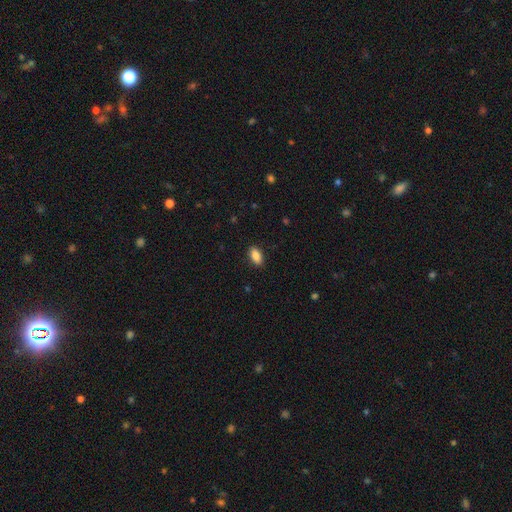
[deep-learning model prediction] Smooth or featured?
  - smooth: 87% *
  - star or artifact: 8%
  - featured or disk: 5%
How rounded?
  - in between: 91% *
  - cigar-shaped: 5%
  - round: 4%
Merging?
  - none: 89% *
  - minor disturbance: 8%
  - major disturbance: 2%
  - merger: 1%